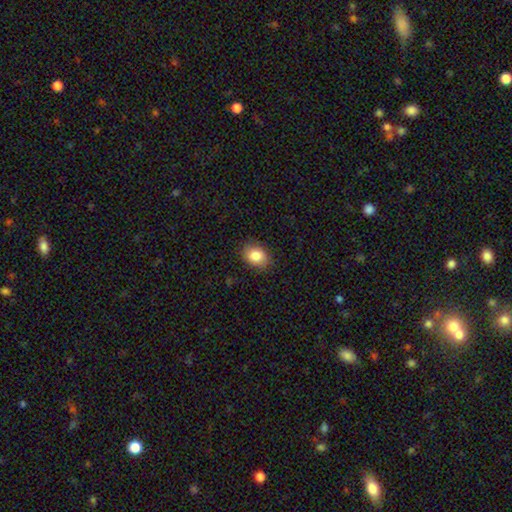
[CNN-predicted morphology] A smooth galaxy with no disk features (85%) that is in between round and cigar-shaped (61%).

Vote fractions:
- Smooth or featured? smooth: 85% / star or artifact: 8% / featured or disk: 7%
- How rounded? in between: 61% / round: 38% / cigar-shaped: 1%
- Merging? none: 85% / minor disturbance: 11% / major disturbance: 3% / merger: 1%